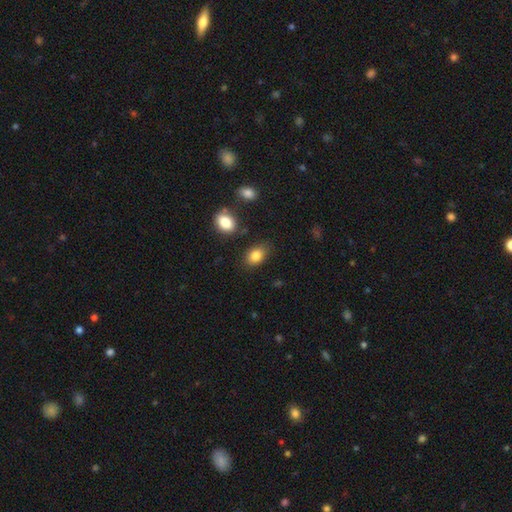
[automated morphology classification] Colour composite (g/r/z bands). It shows a smooth galaxy with no disk features (84%) that is in between round and cigar-shaped (79%). Merging: none (80%).